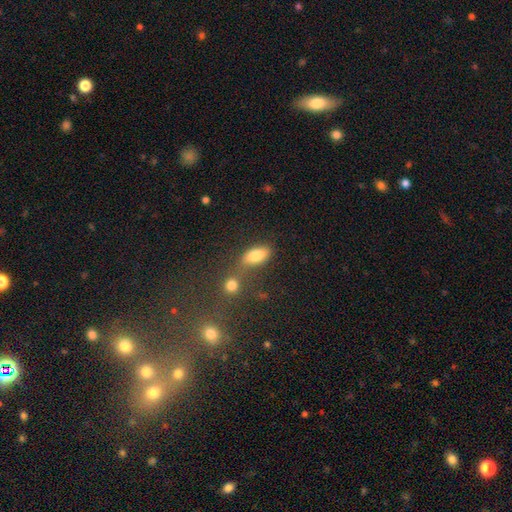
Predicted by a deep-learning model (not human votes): This is clearly a smooth galaxy (80%). How rounded: clearly in between (85%). Merging: possibly none (54%).